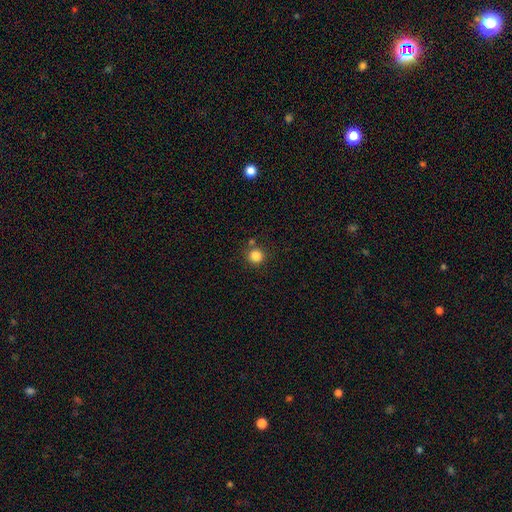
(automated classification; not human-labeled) smooth 84%, star or artifact 12%, featured or disk 4%. Down the decision tree: how rounded — round (94%); merging — none (80%).